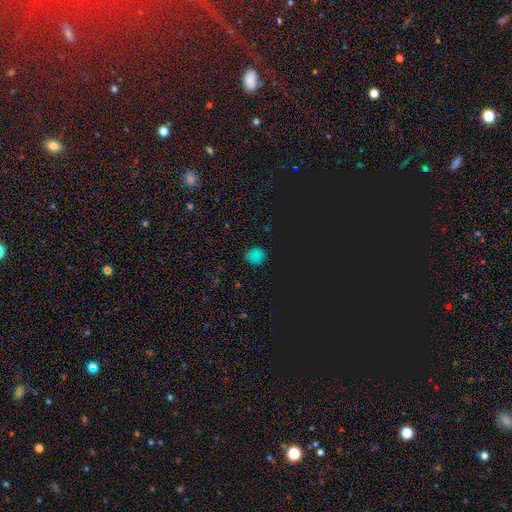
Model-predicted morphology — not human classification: This is likely a smooth galaxy (66%). How rounded: clearly round (91%). Merging: clearly none (86%).